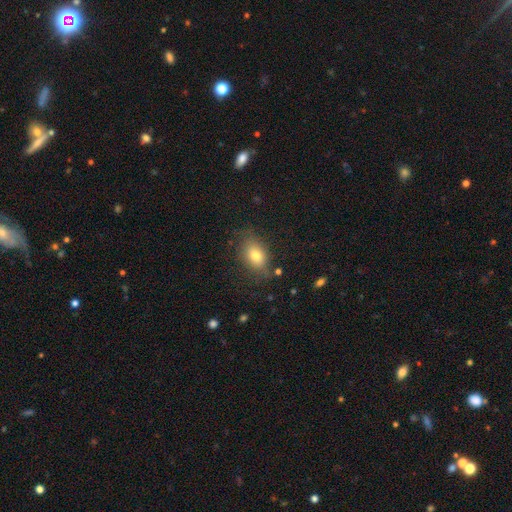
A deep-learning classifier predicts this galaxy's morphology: A smooth galaxy with no disk features (77%) that is in between round and cigar-shaped (80%).

Vote fractions:
- Smooth or featured? smooth: 77% / featured or disk: 13% / star or artifact: 10%
- How rounded? in between: 80% / round: 17% / cigar-shaped: 2%
- Merging? none: 73% / minor disturbance: 19% / major disturbance: 6% / merger: 2%